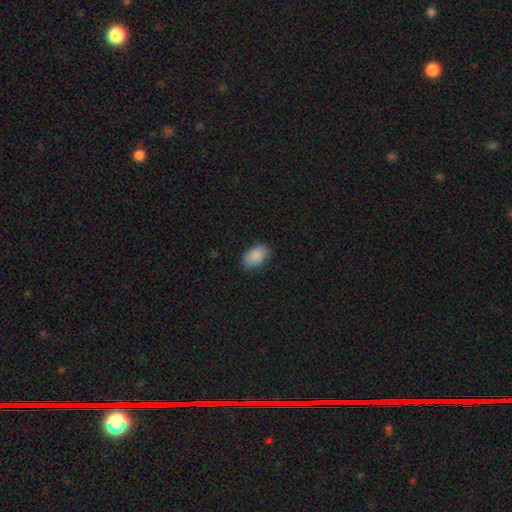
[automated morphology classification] smooth-or-featured: smooth: 89% | star or artifact: 7% | featured or disk: 4%
  how-rounded: in between: 91% | round: 8% | cigar-shaped: 1%
  merging: none: 82% | minor disturbance: 14% | major disturbance: 3% | merger: 1%